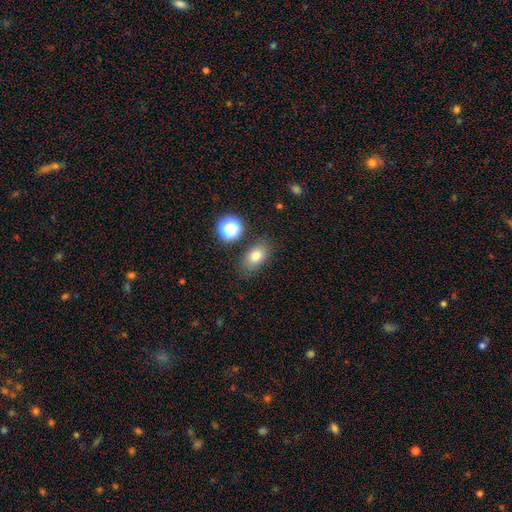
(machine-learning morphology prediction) Smooth or featured: smooth — 78% (star or artifact — 12%)
How rounded: in between — 80% (round — 18%)
Merging: none — 79% (minor disturbance — 13%)